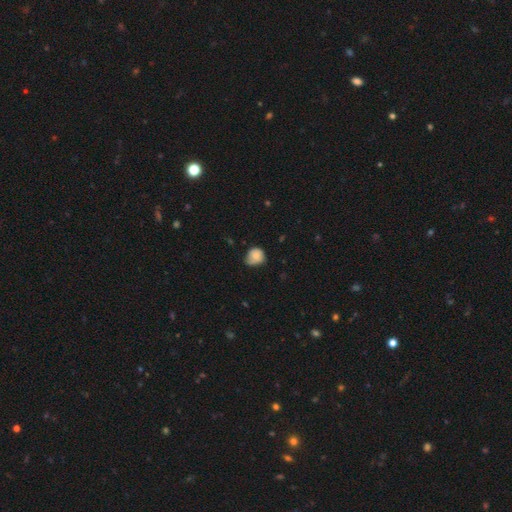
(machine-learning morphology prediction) smooth 74%, featured or disk 18%, star or artifact 8%. Down the decision tree: how rounded — round (73%); merging — none (49%).